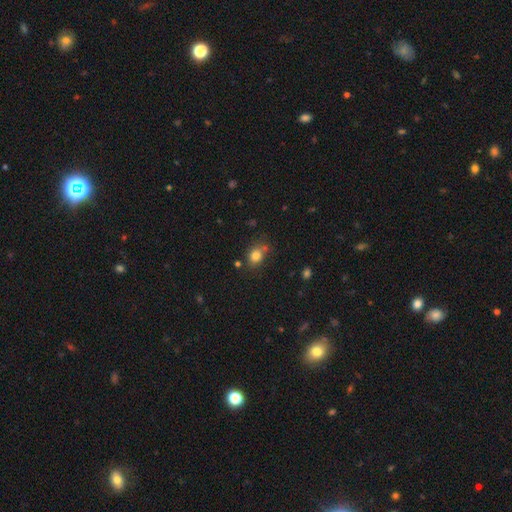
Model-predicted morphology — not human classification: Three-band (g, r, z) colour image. It shows a smooth galaxy with no disk features (80%) that is round (56%). Merging: none (65%).